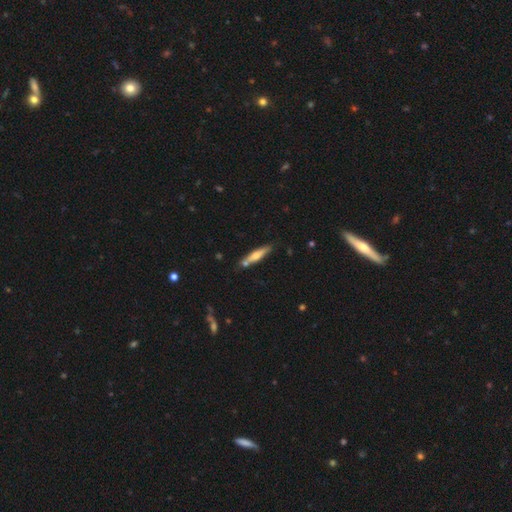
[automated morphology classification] featured or disk 48%, smooth 46%, star or artifact 6%. Down the decision tree: merging — none (75%).